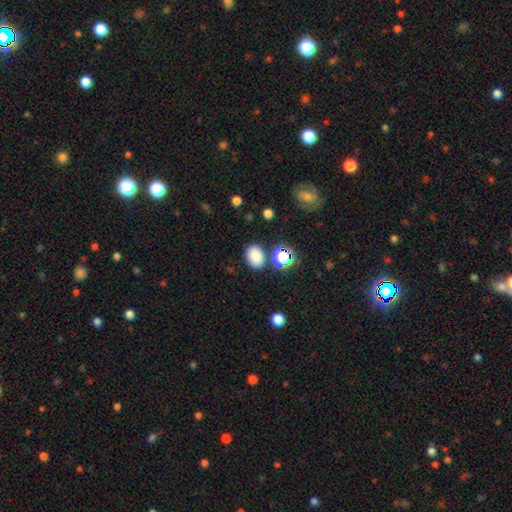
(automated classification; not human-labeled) A smooth galaxy with no disk features (81%) that is in between round and cigar-shaped (68%). Merging: none (80%).